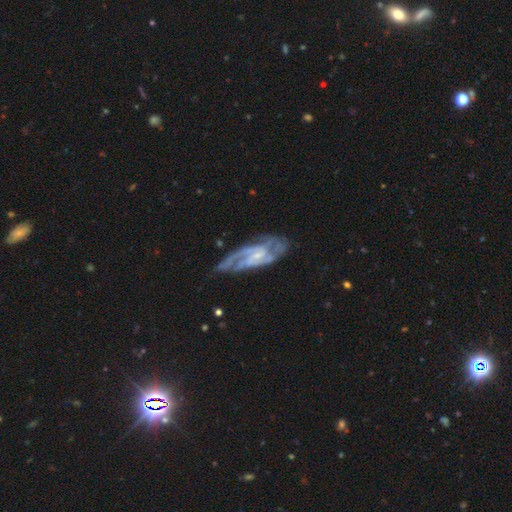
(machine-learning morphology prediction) smooth_or_featured: featured or disk (p=0.87) [alt: smooth p=0.08]
disk_edge_on: no (p=0.92) [alt: yes p=0.08]
bar: weak (p=0.45) [alt: no p=0.36]
has_spiral_arms: yes (p=0.96) [alt: no p=0.04]
spiral_winding: medium (p=0.48) [alt: tight p=0.40]
spiral_arm_count: 2 (p=0.54) [alt: 3 p=0.18]
bulge_size: small (p=0.69) [alt: moderate p=0.18]
merging: none (p=0.68) [alt: minor disturbance p=0.20]